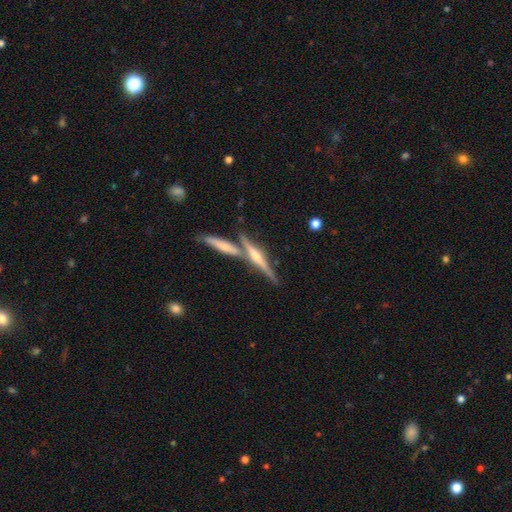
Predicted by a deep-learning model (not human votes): Smooth or featured? Predicted: featured or disk (p=0.72). Edge-on disk? Predicted: yes (p=0.97). Edge-on bulge? Predicted: rounded (p=0.72). Merging? Predicted: none (p=0.65).